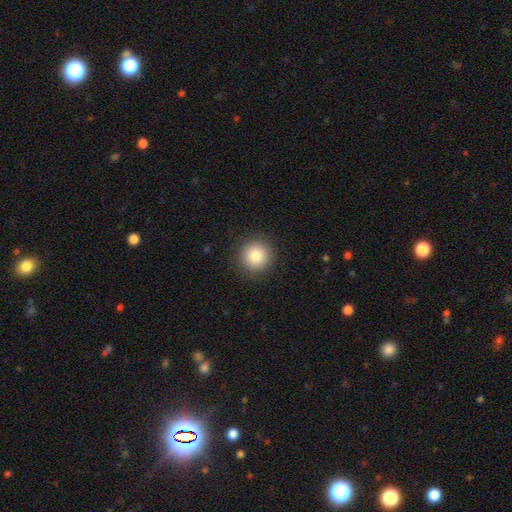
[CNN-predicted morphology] smooth-or-featured: smooth: 84% | star or artifact: 9% | featured or disk: 6%
  how-rounded: round: 94% | in between: 5% | cigar-shaped: 1%
  merging: none: 90% | minor disturbance: 7% | major disturbance: 2% | merger: 1%